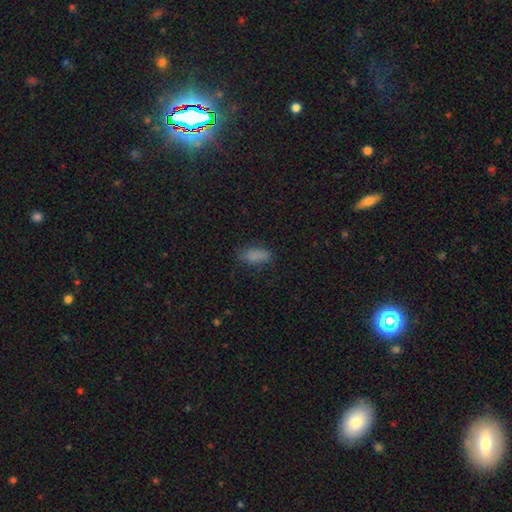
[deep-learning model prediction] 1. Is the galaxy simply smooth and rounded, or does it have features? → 85% smooth, 11% star or artifact, 5% featured or disk.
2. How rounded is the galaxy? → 85% in between, 12% cigar-shaped, 3% round.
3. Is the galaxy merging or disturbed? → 79% none, 16% minor disturbance, 4% major disturbance, 1% merger.